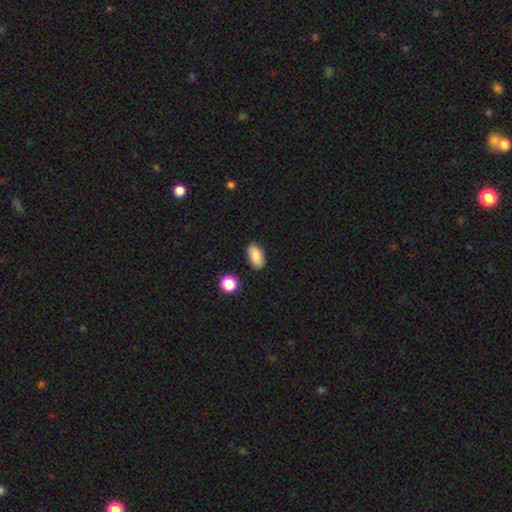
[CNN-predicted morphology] smooth 86%, star or artifact 8%, featured or disk 6%. Down the decision tree: how rounded — in between (91%); merging — none (85%).